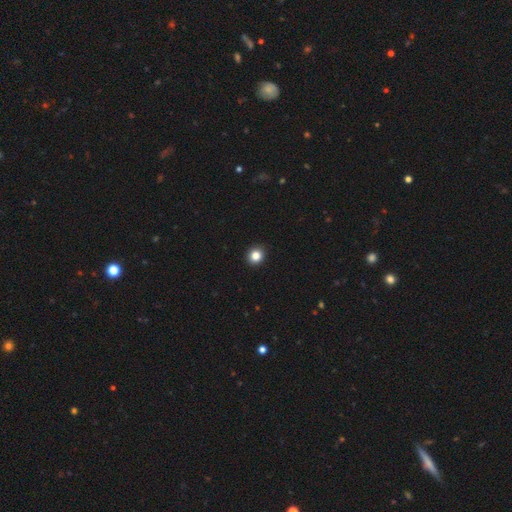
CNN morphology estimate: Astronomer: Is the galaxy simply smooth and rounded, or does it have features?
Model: smooth — 85%.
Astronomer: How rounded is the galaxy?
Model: round — 87%.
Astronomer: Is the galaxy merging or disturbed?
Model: none — 94%.